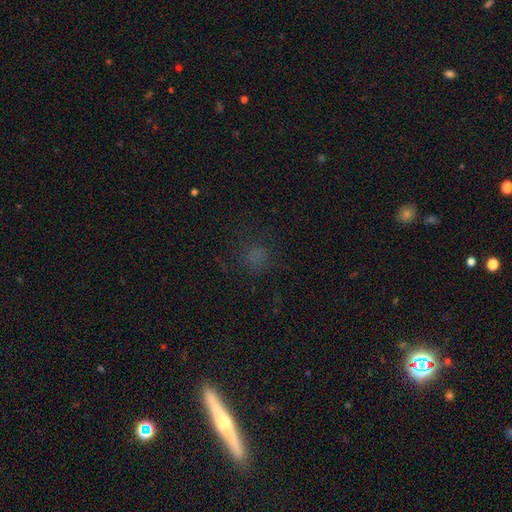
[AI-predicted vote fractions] Smooth or featured? Predicted: smooth (p=0.60). How rounded? Predicted: round (p=0.83). Merging? Predicted: none (p=0.74).